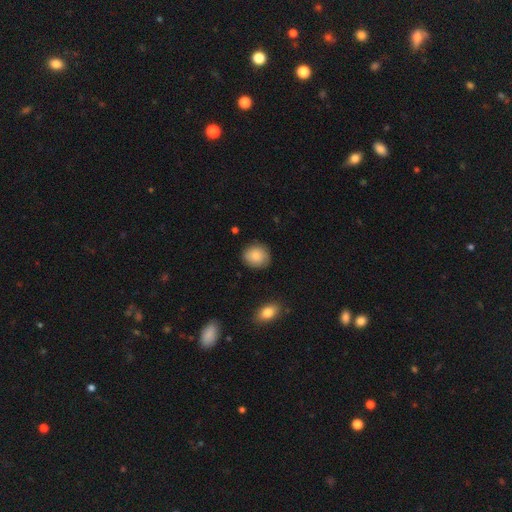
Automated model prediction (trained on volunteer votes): A smooth galaxy with no disk features (83%) that is round (76%). Merging: none (84%).